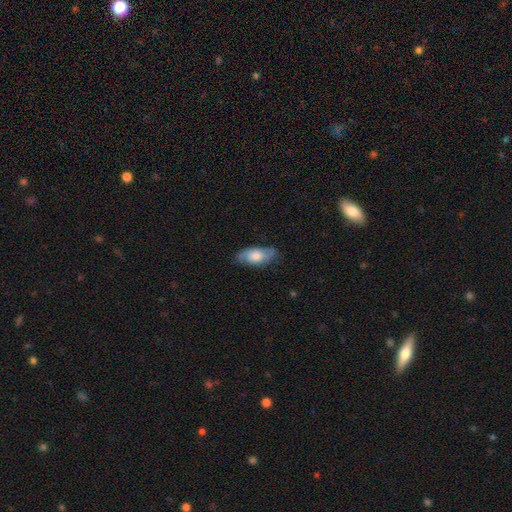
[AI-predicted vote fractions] This appears to be a smooth galaxy with no disk features (57%) that is in between round and cigar-shaped (88%). Merging: none (71%).